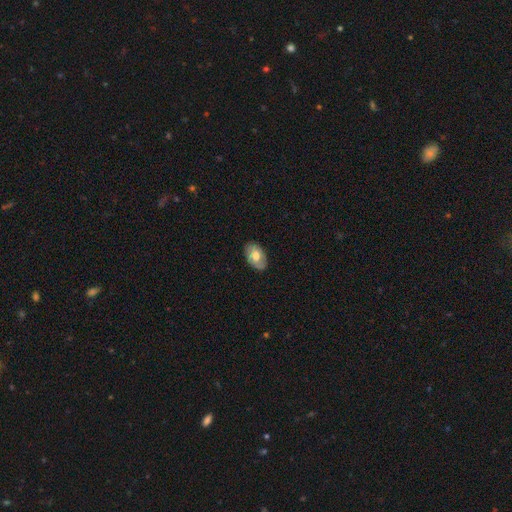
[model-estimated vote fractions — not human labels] Morphology: type=smooth (58%); roundness=in between (91%); merging=none (84%).